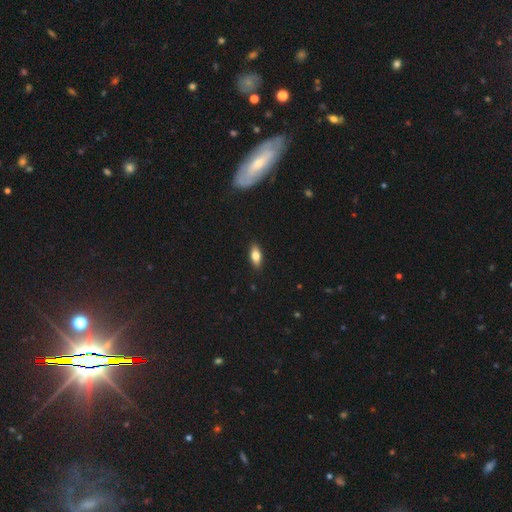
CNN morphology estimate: type=smooth (74%); roundness=in between (81%); merging=none (89%).